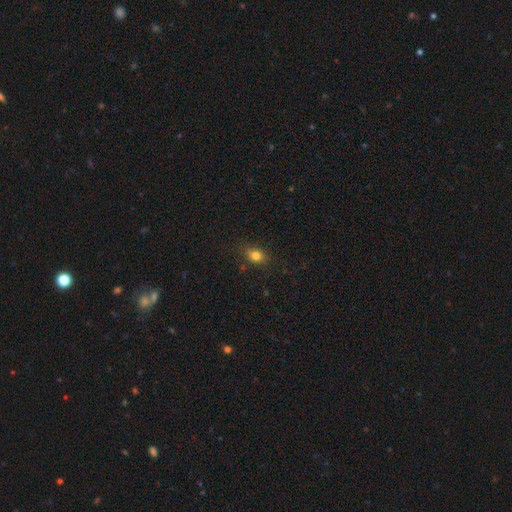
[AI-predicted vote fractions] smooth-or-featured: smooth: 79% | star or artifact: 13% | featured or disk: 8%
  how-rounded: in between: 60% | round: 38% | cigar-shaped: 2%
  merging: none: 79% | minor disturbance: 16% | major disturbance: 4% | merger: 2%